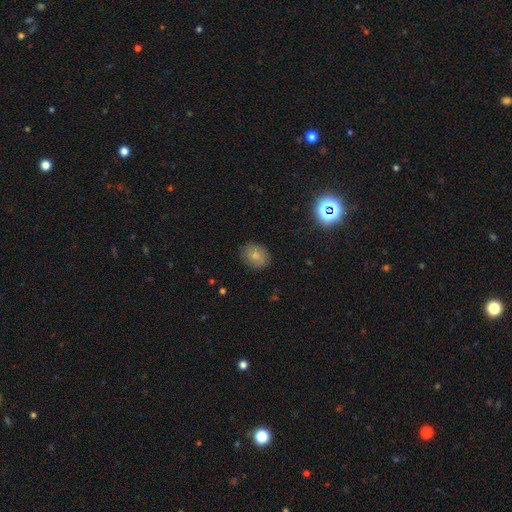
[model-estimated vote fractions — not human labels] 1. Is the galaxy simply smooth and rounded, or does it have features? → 72% smooth, 17% featured or disk, 11% star or artifact.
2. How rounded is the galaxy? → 53% round, 46% in between, 1% cigar-shaped.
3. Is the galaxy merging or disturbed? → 84% none, 12% minor disturbance, 3% major disturbance, 1% merger.